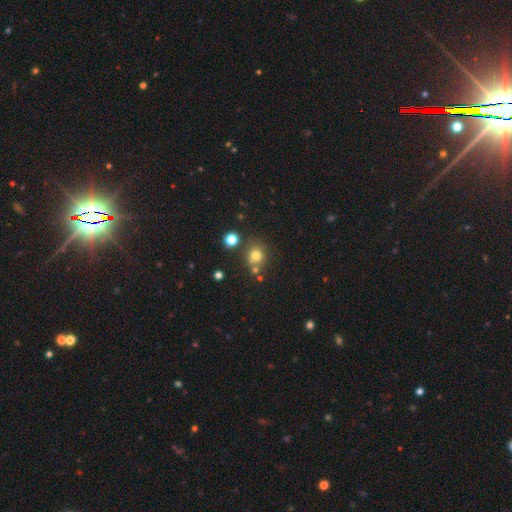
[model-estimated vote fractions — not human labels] Q: Smooth or featured?
A: smooth (74%); runner-up: star or artifact (17%)
Q: How rounded?
A: round (82%); runner-up: in between (17%)
Q: Merging?
A: none (67%); runner-up: merger (17%)